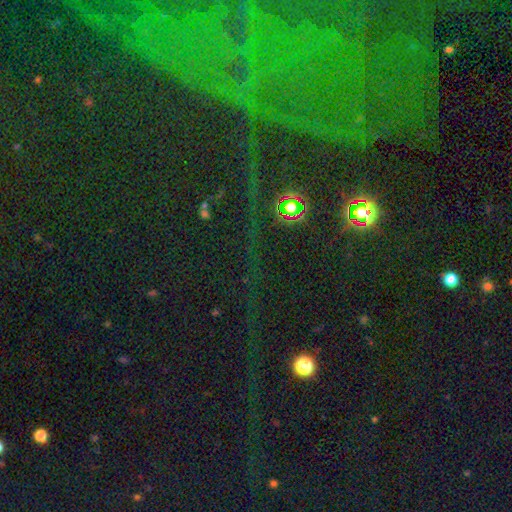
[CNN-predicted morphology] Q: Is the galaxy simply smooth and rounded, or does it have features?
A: star or artifact — 78%.